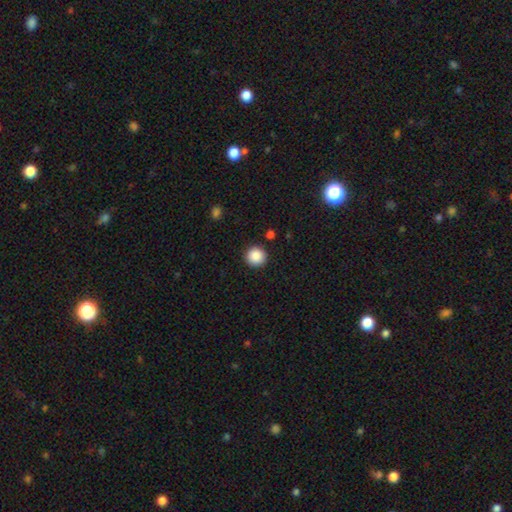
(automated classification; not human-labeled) A smooth galaxy with no disk features (88%) that is round (95%).

Vote fractions:
- Smooth or featured? smooth: 88% / star or artifact: 9% / featured or disk: 3%
- How rounded? round: 95% / in between: 4% / cigar-shaped: 1%
- Merging? none: 92% / minor disturbance: 5% / major disturbance: 2% / merger: 2%